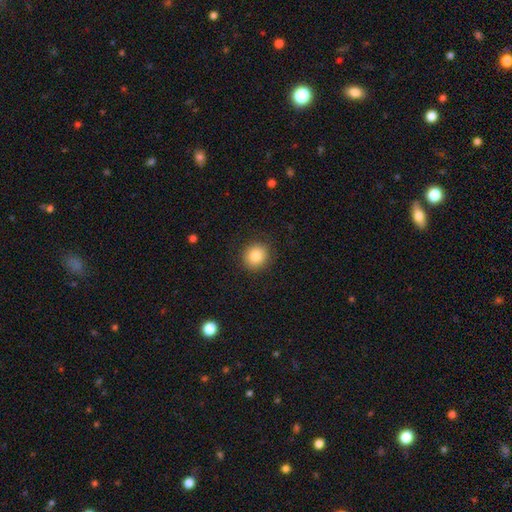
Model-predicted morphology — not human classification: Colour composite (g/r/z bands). It shows a smooth galaxy with no disk features (85%) that is round (87%). Merging: none (88%).